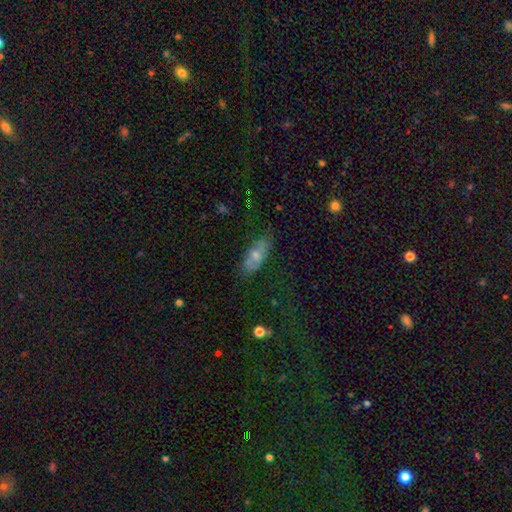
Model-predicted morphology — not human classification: smooth_or_featured: smooth (p=0.59) [alt: featured or disk p=0.33]
how_rounded: in between (p=0.74) [alt: cigar-shaped p=0.22]
merging: none (p=0.72) [alt: minor disturbance p=0.21]